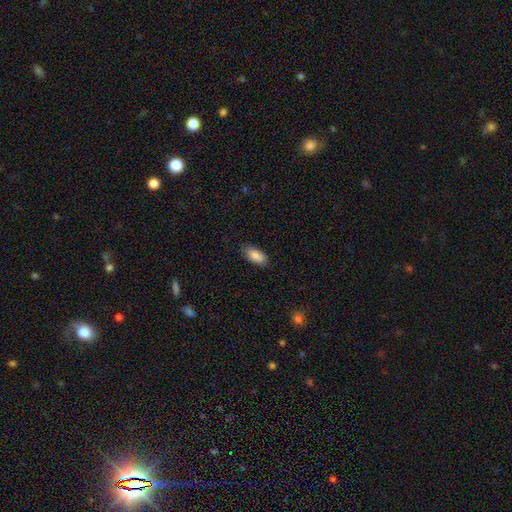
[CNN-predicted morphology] A smooth galaxy with no disk features (88%) that is in between round and cigar-shaped (89%).

Vote fractions:
- Smooth or featured? smooth: 88% / star or artifact: 6% / featured or disk: 6%
- How rounded? in between: 89% / cigar-shaped: 9% / round: 2%
- Merging? none: 84% / minor disturbance: 12% / major disturbance: 2% / merger: 1%